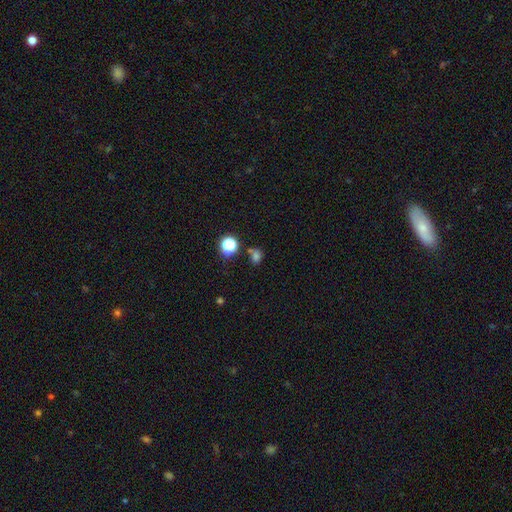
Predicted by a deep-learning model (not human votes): Smooth or featured?
  - smooth: 57% *
  - star or artifact: 35%
  - featured or disk: 7%
How rounded?
  - round: 58% *
  - in between: 41%
  - cigar-shaped: 2%
Merging?
  - none: 71% *
  - minor disturbance: 13%
  - merger: 10%
  - major disturbance: 5%